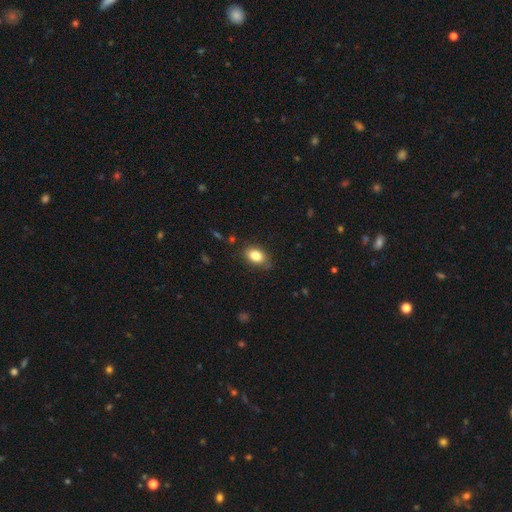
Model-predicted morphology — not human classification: The model was most divided on "merging": none: 78%, minor disturbance: 17%, major disturbance: 3%, merger: 1%. More confident: smooth or featured — smooth (84%); how rounded — in between (83%).